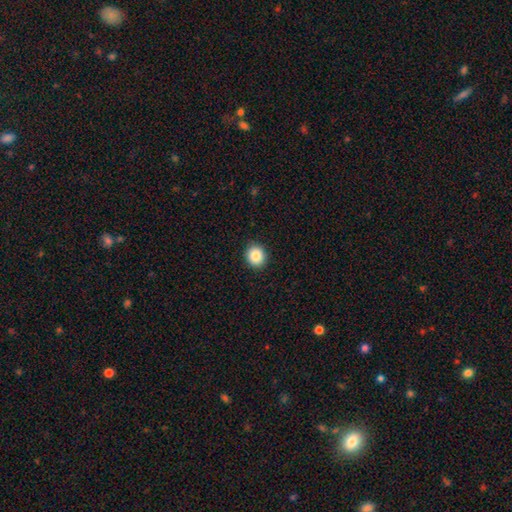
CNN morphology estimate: This appears to be a smooth galaxy with no disk features (87%) that is round (82%). Merging: none (92%).